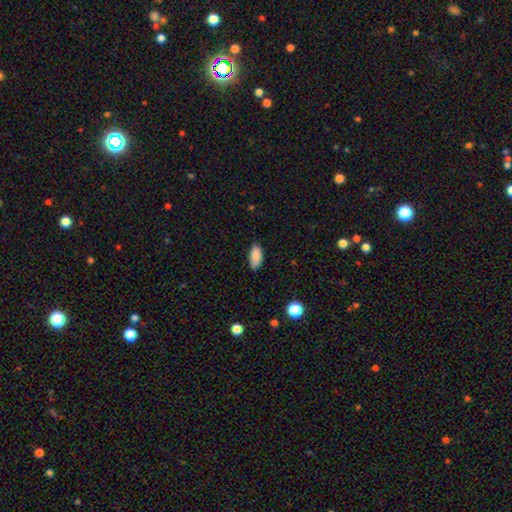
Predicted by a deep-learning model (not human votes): A smooth galaxy with no disk features (88%) that is in between round and cigar-shaped (89%). Merging: none (81%).